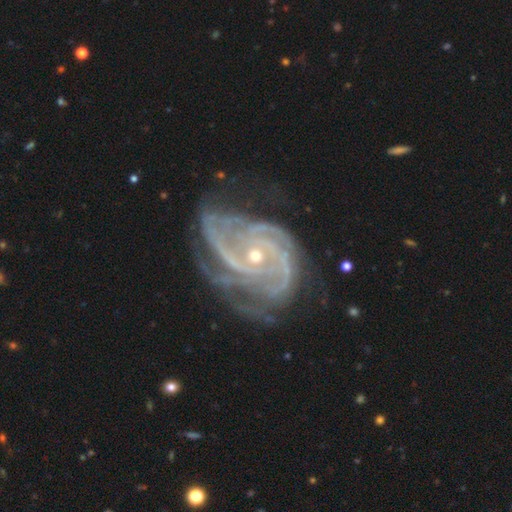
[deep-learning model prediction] smooth_or_featured: featured or disk (p=0.91) [alt: star or artifact p=0.06]
disk_edge_on: no (p=0.97) [alt: yes p=0.03]
bar: no (p=0.62) [alt: weak p=0.26]
has_spiral_arms: yes (p=0.98) [alt: no p=0.02]
spiral_winding: tight (p=0.60) [alt: medium p=0.33]
spiral_arm_count: 3 (p=0.30) [alt: 2 p=0.22]
bulge_size: small (p=0.67) [alt: moderate p=0.30]
merging: none (p=0.52) [alt: minor disturbance p=0.26]